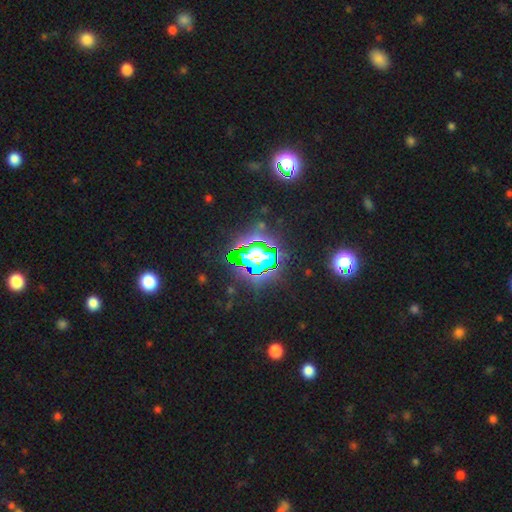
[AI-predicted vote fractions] Morphology: type=star or artifact (74%).